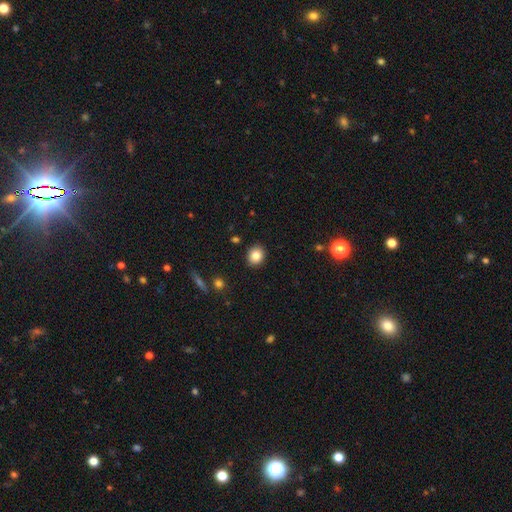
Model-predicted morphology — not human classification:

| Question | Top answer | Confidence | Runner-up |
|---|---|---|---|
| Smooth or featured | smooth | 83% | star or artifact (10%) |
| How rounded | round | 68% | in between (31%) |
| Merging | none | 90% | minor disturbance (7%) |